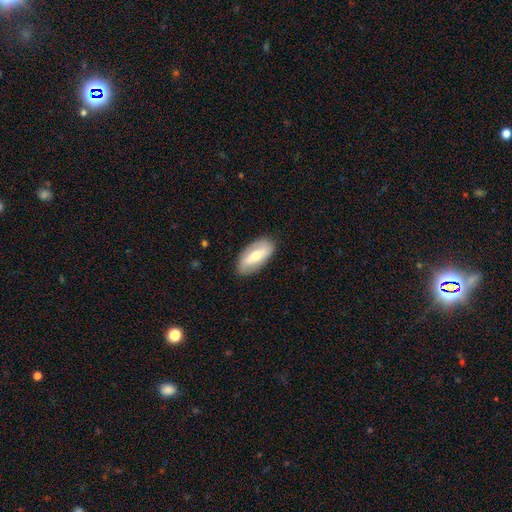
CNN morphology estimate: Smooth or featured: smooth — 54% (featured or disk — 41%)
How rounded: in between — 90% (cigar-shaped — 7%)
Merging: none — 85% (minor disturbance — 11%)